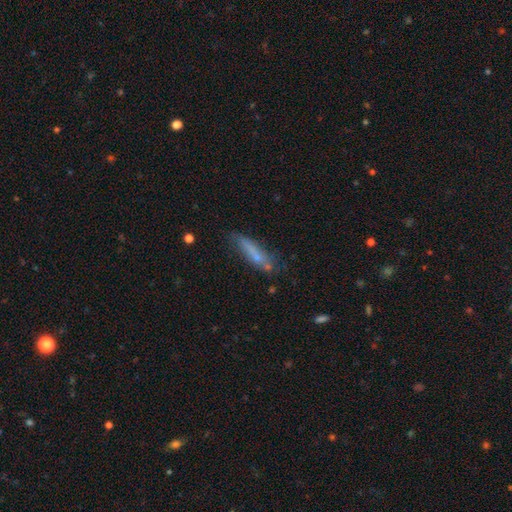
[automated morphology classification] smooth_or_featured: smooth (p=0.59) [alt: featured or disk p=0.31]
how_rounded: cigar-shaped (p=0.82) [alt: in between p=0.16]
merging: none (p=0.64) [alt: minor disturbance p=0.22]